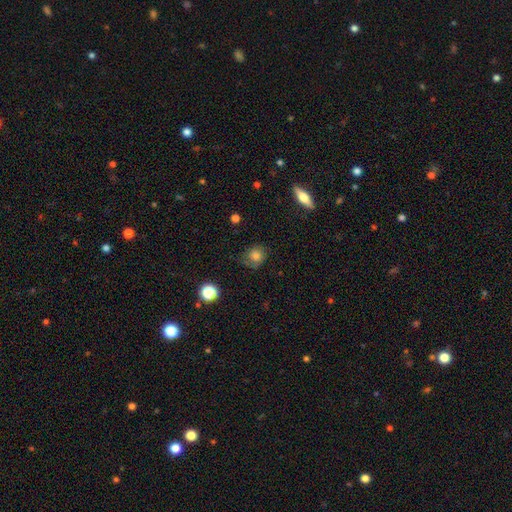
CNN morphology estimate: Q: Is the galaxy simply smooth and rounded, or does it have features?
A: smooth — 74%.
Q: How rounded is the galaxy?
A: round — 76%.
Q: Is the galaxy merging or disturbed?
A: none — 60%.